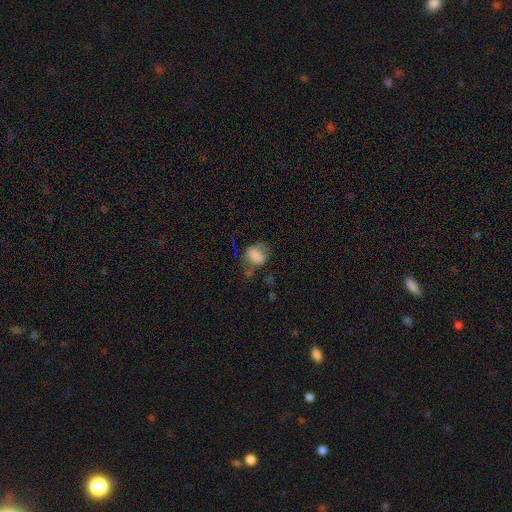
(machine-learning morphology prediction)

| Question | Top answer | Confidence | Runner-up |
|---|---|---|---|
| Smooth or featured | smooth | 71% | featured or disk (16%) |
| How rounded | in between | 69% | round (29%) |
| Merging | none | 38% | minor disturbance (28%) |